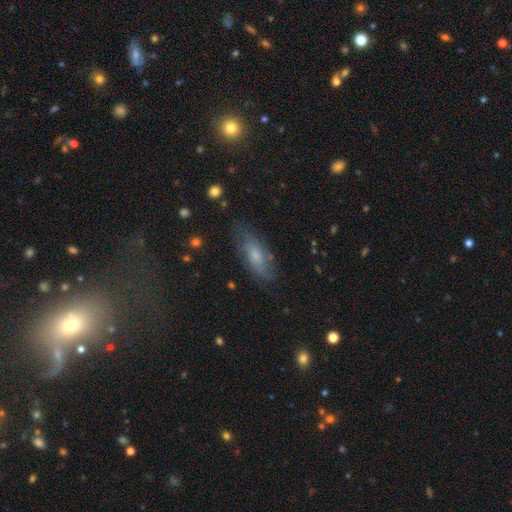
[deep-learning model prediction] Smooth or featured: featured or disk — 52% (smooth — 39%)
Edge-on disk: no — 82% (yes — 18%)
Merging: none — 72% (minor disturbance — 19%)